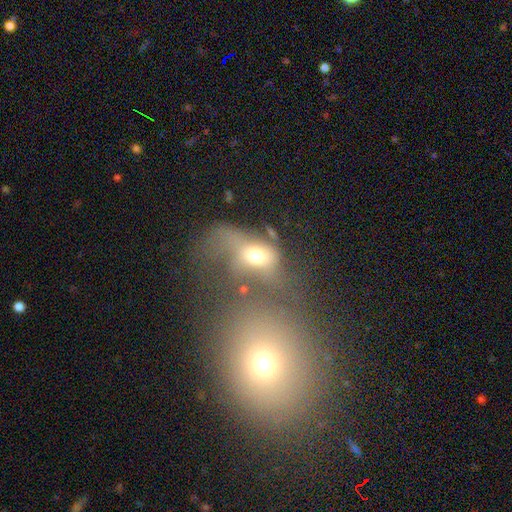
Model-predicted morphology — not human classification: smooth 50%, featured or disk 34%, star or artifact 16%. Down the decision tree: how rounded — in between (66%); merging — merger (45%).